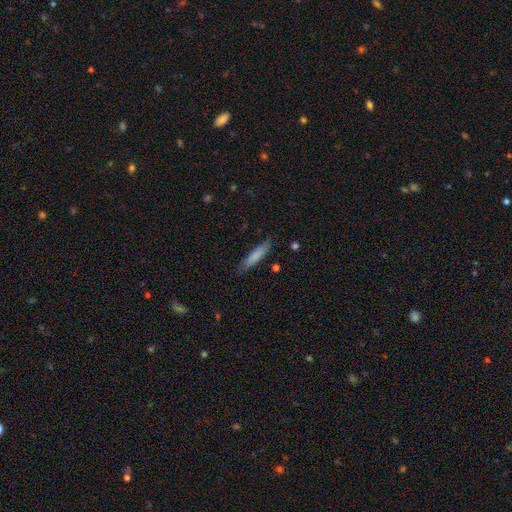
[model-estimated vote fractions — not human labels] smooth 80%, featured or disk 14%, star or artifact 6%. Down the decision tree: how rounded — cigar-shaped (83%); merging — none (83%).